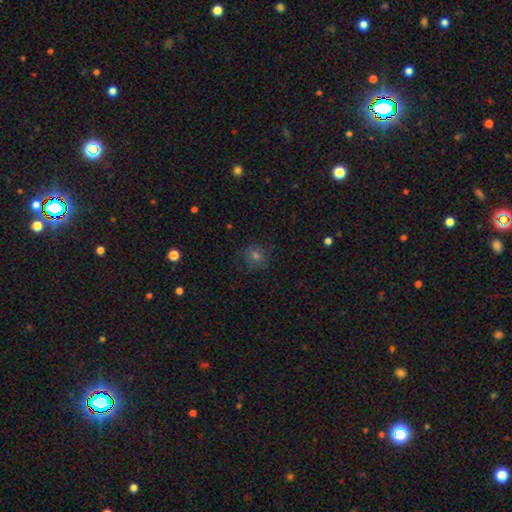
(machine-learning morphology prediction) A smooth galaxy with no disk features (45%).

Vote fractions:
- Smooth or featured? smooth: 45% / star or artifact: 28% / featured or disk: 27%
- Merging? none: 79% / minor disturbance: 13% / major disturbance: 6% / merger: 1%